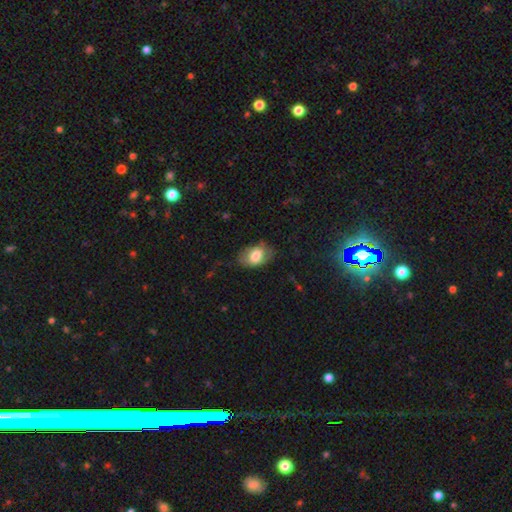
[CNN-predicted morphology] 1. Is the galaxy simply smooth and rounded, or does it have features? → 76% smooth, 17% featured or disk, 7% star or artifact.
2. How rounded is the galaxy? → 88% in between, 10% round, 1% cigar-shaped.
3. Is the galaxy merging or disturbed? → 72% none, 21% minor disturbance, 6% major disturbance, 1% merger.